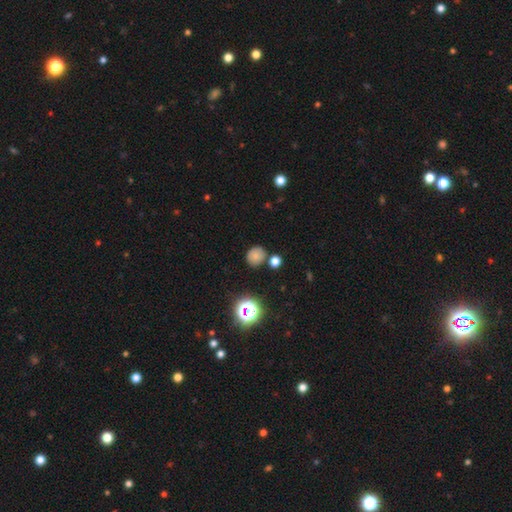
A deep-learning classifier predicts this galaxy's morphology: smooth 74%, star or artifact 17%, featured or disk 8%. Down the decision tree: how rounded — round (81%); merging — none (76%).